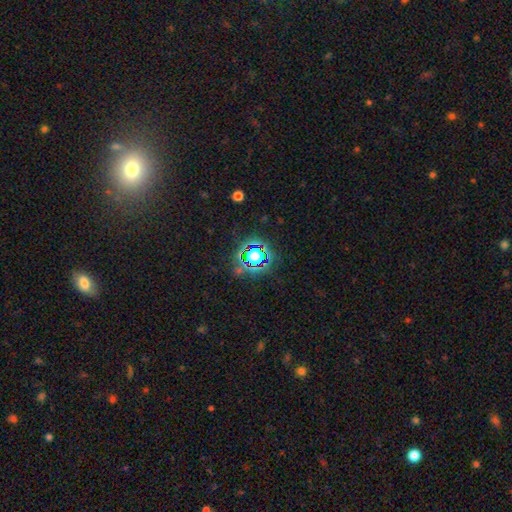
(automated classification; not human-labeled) Smooth or featured? star or artifact (62%)